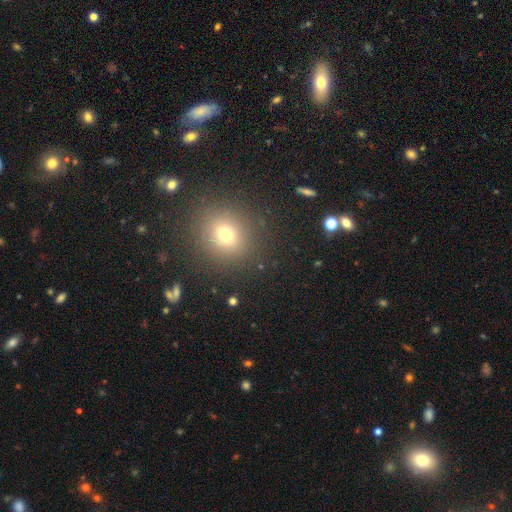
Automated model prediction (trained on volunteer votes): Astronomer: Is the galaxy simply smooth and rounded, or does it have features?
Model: smooth — 59%.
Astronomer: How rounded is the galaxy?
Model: round — 87%.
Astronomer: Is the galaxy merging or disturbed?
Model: none — 90%.